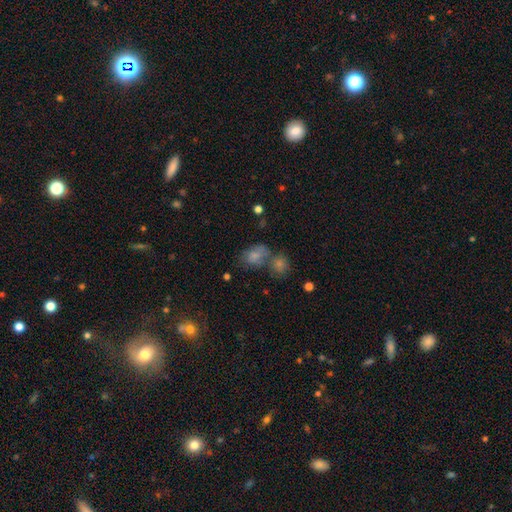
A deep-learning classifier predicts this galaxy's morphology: The model was most divided on "merging": merger: 42%, none: 33%, minor disturbance: 16%, major disturbance: 9%. More confident: smooth or featured — smooth (73%); how rounded — in between (70%).